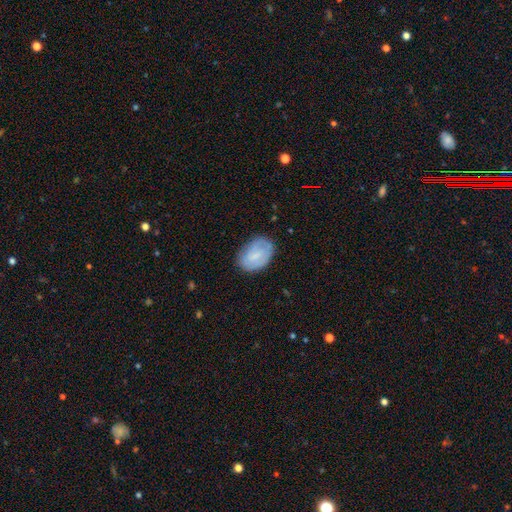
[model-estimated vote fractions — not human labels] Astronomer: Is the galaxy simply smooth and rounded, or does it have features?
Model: smooth — 59% (runner-up: featured or disk, 34%).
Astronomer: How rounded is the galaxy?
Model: in between — 84%.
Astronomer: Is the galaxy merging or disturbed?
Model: none — 72%.